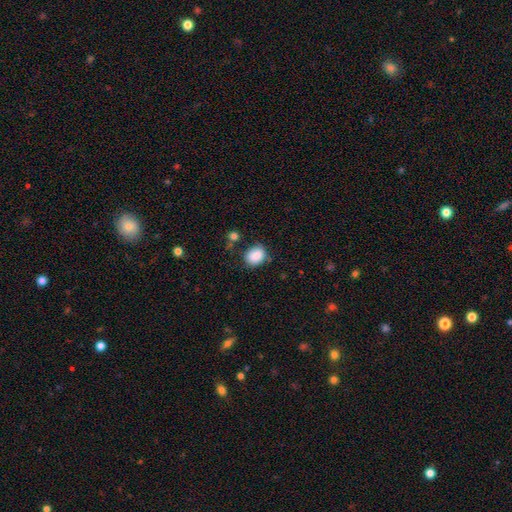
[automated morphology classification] Overall: smooth (87%). How rounded: in between (52%; round 47%). Merging: none (71%).